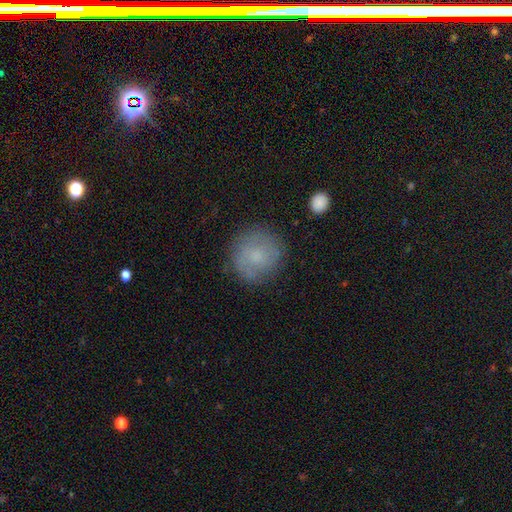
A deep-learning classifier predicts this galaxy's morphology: smooth-or-featured: smooth: 60% | featured or disk: 30% | star or artifact: 10%
  how-rounded: round: 90% | in between: 9% | cigar-shaped: 1%
  merging: none: 78% | minor disturbance: 16% | major disturbance: 5% | merger: 2%